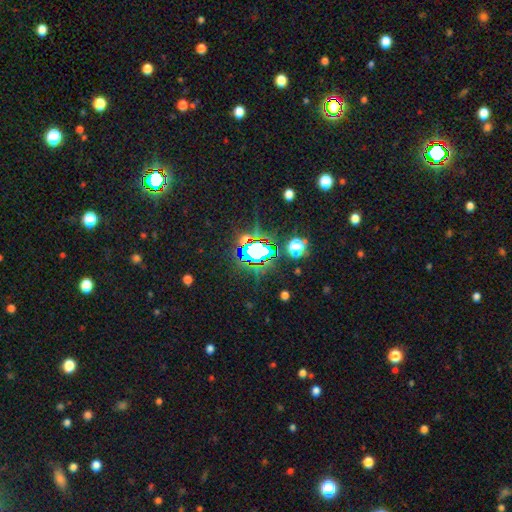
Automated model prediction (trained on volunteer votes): Smooth or featured: star or artifact — 65% (smooth — 22%)